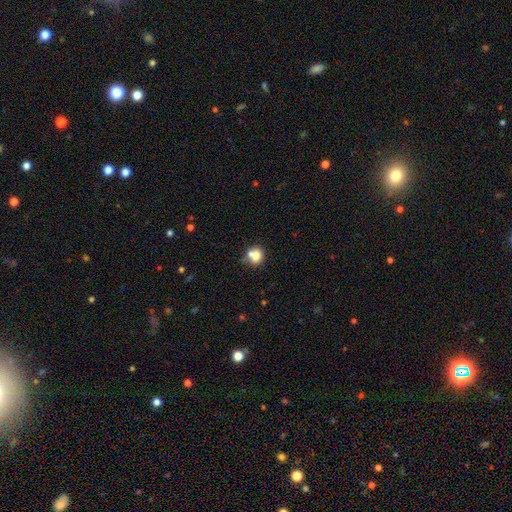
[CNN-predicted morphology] smooth 75%, featured or disk 14%, star or artifact 11%. Down the decision tree: how rounded — round (77%); merging — none (48%).